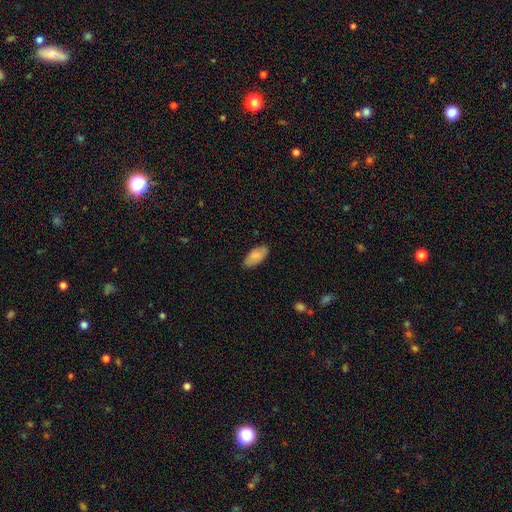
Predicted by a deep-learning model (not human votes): smooth_or_featured: smooth (p=0.84) [alt: featured or disk p=0.09]
how_rounded: in between (p=0.92) [alt: cigar-shaped p=0.06]
merging: none (p=0.83) [alt: minor disturbance p=0.13]